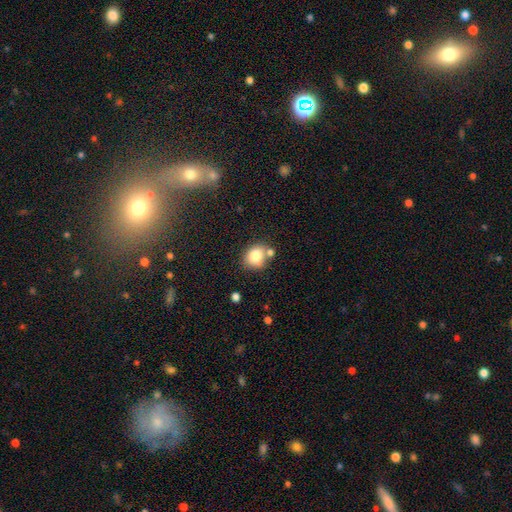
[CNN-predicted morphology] Overall: smooth (80%). How rounded: round (64%; in between 35%). Merging: none (64%).